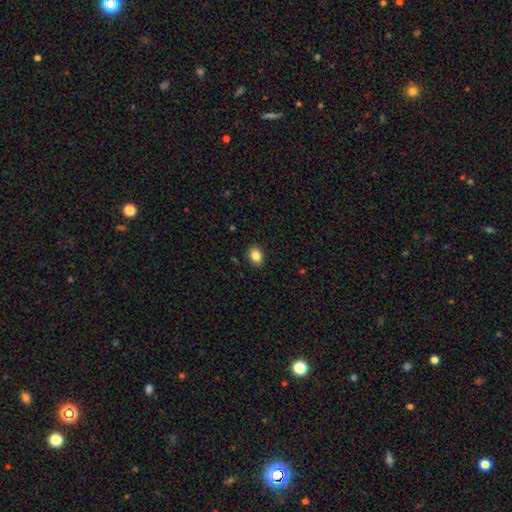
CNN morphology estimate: Q: Smooth or featured?
A: smooth (85%); runner-up: star or artifact (10%)
Q: How rounded?
A: in between (57%); runner-up: round (43%)
Q: Merging?
A: none (88%); runner-up: minor disturbance (9%)